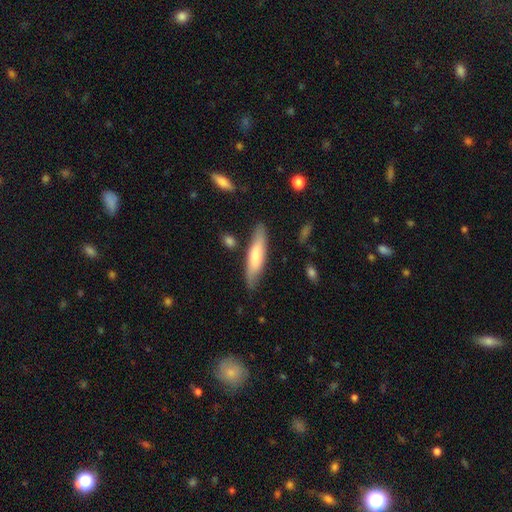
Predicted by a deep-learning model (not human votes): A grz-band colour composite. It shows a smooth galaxy with no disk features (64%) that is cigar-shaped (77%). Merging: none (81%).